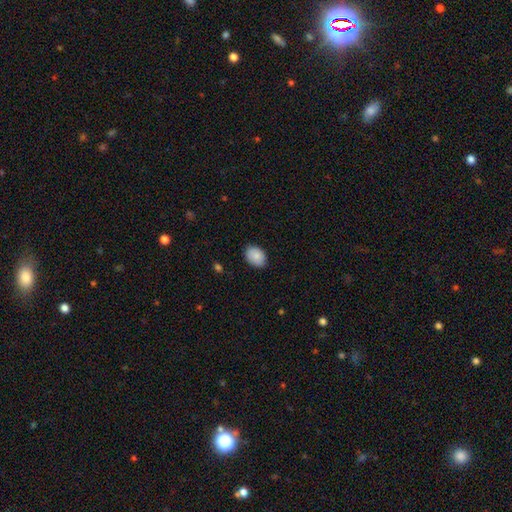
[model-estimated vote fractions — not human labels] Smooth or featured? smooth (87%)
How rounded? in between (76%)
Merging? none (85%)